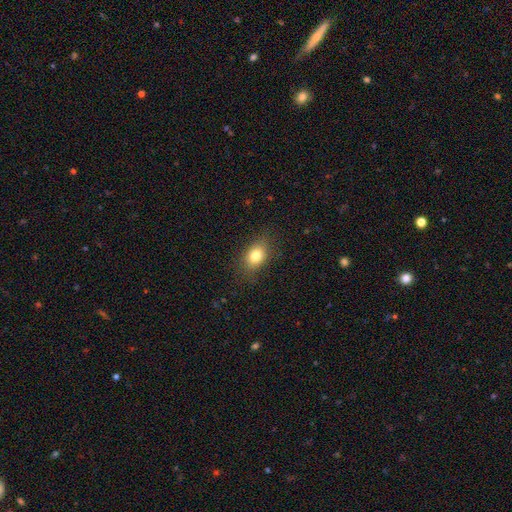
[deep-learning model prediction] This appears to be a smooth galaxy with no disk features (79%) that is in between round and cigar-shaped (76%). Merging: none (82%).